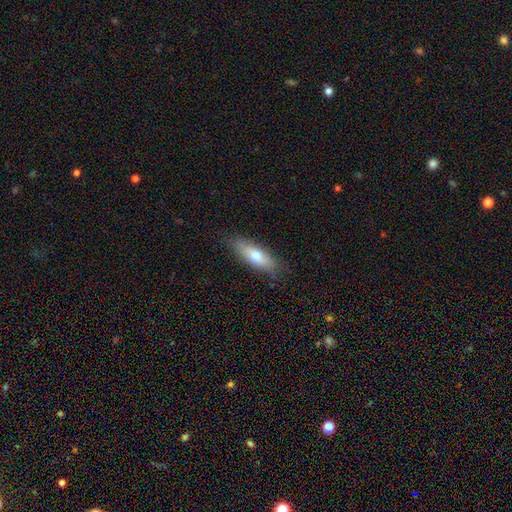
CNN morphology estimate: smooth 68%, featured or disk 25%, star or artifact 6%. Down the decision tree: how rounded — in between (58%); merging — none (83%).